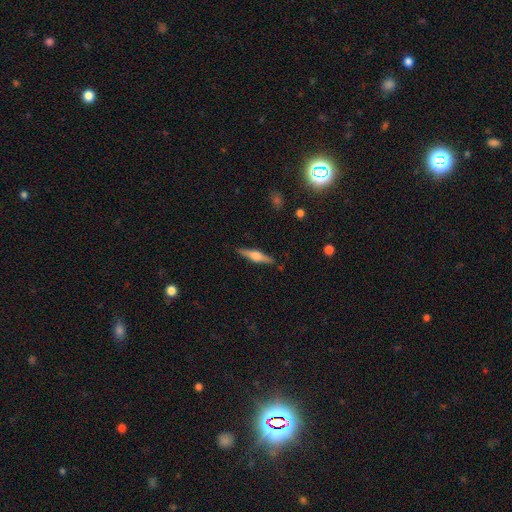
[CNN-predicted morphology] A featured or disk galaxy (65%) viewed edge-on (97%) with a rounded central bulge (87%). Merging: none (89%).